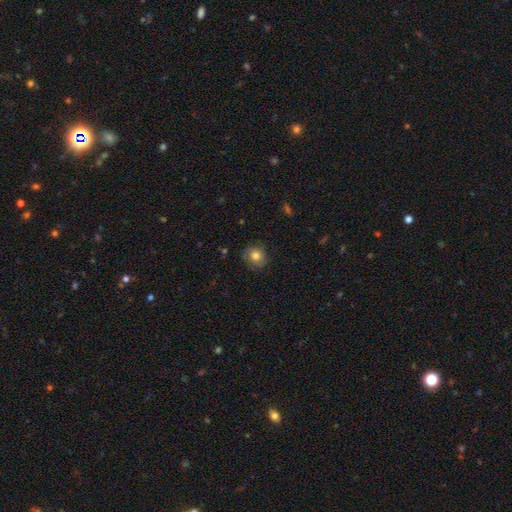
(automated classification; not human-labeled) smooth 68%, featured or disk 21%, star or artifact 11%. Down the decision tree: how rounded — round (78%); merging — none (79%).